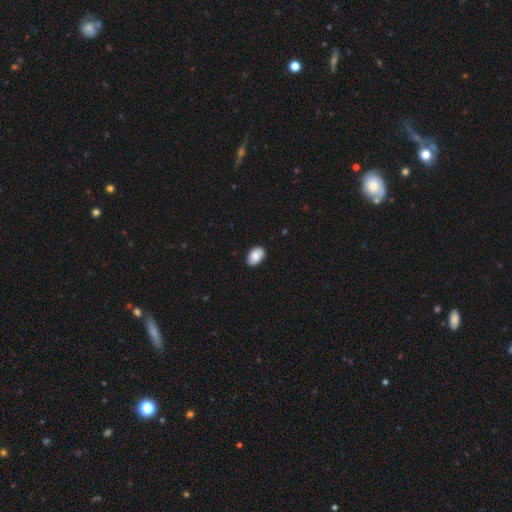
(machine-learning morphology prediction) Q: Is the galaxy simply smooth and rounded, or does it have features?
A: smooth — 85%.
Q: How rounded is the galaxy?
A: in between — 90%.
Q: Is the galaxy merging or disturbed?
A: none — 88%.